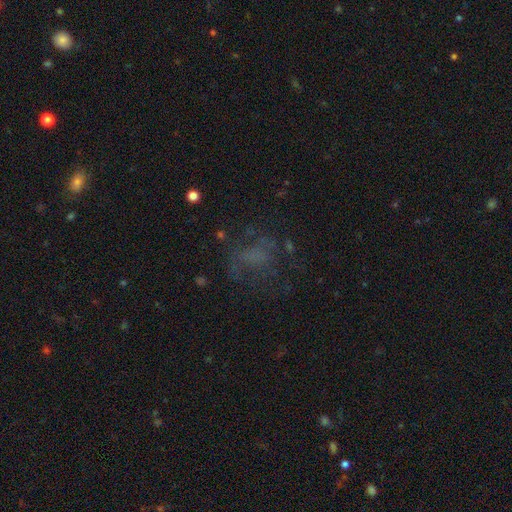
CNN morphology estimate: smooth-or-featured: featured or disk: 37% | smooth: 34% | star or artifact: 29%
  merging: none: 52% | major disturbance: 28% | minor disturbance: 18% | merger: 3%